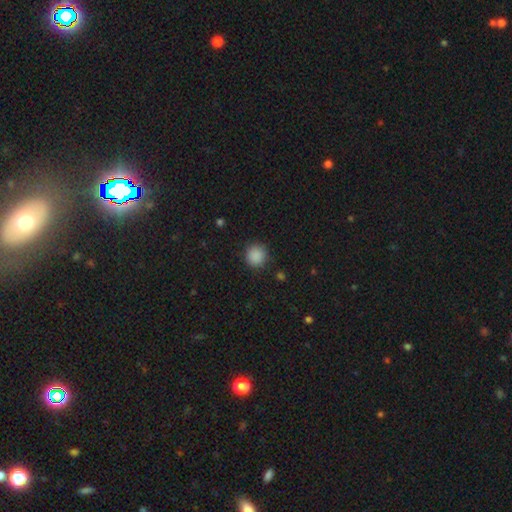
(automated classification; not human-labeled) A smooth galaxy with no disk features (88%) that is round (92%).

Vote fractions:
- Smooth or featured? smooth: 88% / star or artifact: 9% / featured or disk: 2%
- How rounded? round: 92% / in between: 7% / cigar-shaped: 1%
- Merging? none: 90% / minor disturbance: 7% / major disturbance: 2% / merger: 1%